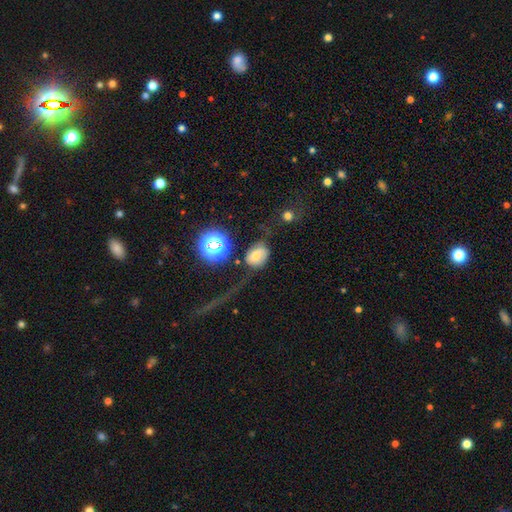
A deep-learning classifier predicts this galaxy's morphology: This is possibly a smooth galaxy (58%). How rounded: possibly in between (55%). Merging: possibly none (53%).